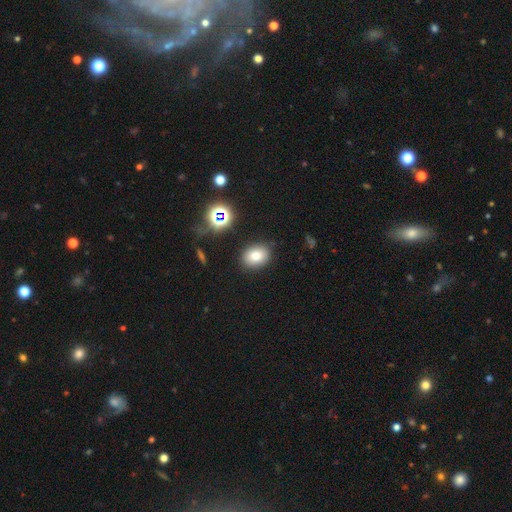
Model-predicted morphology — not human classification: smooth_or_featured: smooth (p=0.77) [alt: star or artifact p=0.14]
how_rounded: in between (p=0.61) [alt: round p=0.38]
merging: none (p=0.85) [alt: minor disturbance p=0.10]